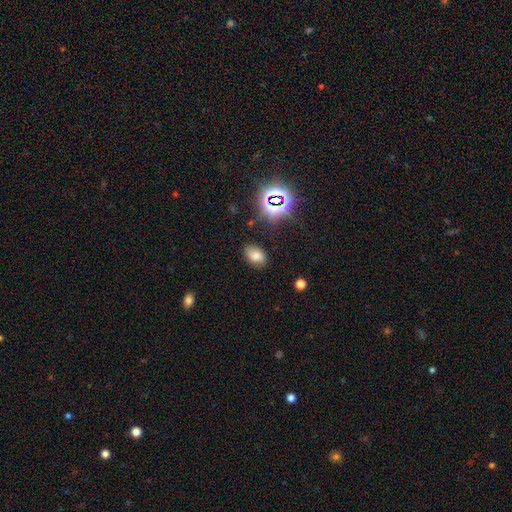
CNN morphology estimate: A smooth galaxy with no disk features (71%) that is in between round and cigar-shaped (85%).

Vote fractions:
- Smooth or featured? smooth: 71% / star or artifact: 19% / featured or disk: 10%
- How rounded? in between: 85% / round: 14% / cigar-shaped: 1%
- Merging? none: 80% / minor disturbance: 14% / major disturbance: 4% / merger: 2%